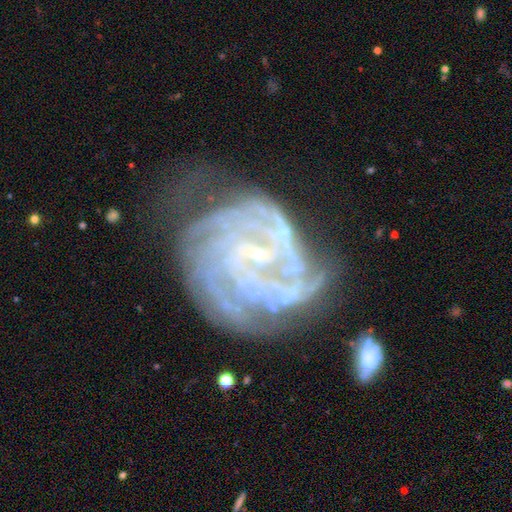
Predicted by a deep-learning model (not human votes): Smooth or featured? featured or disk (87%)
Edge-on disk? no (98%)
Bar? no (51%)
Spiral arms? yes (95%)
Spiral winding? tight (74%)
Spiral arm count? can't tell (28%)
Bulge size? small (82%)
Merging? none (45%)